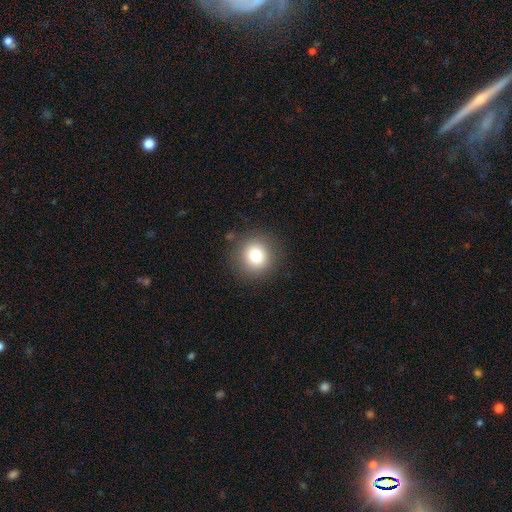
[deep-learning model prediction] The model was most divided on "smooth or featured": smooth: 78%, star or artifact: 12%, featured or disk: 10%. More confident: how rounded — round (92%); merging — none (88%).